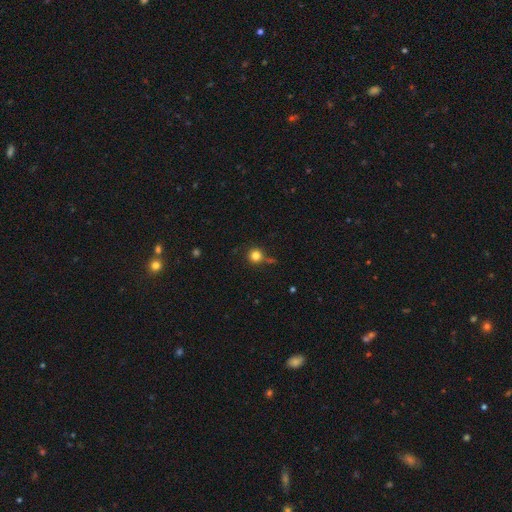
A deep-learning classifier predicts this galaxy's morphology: Smooth or featured: smooth — 82% (star or artifact — 13%)
How rounded: round — 94% (in between — 5%)
Merging: none — 76% (minor disturbance — 11%)